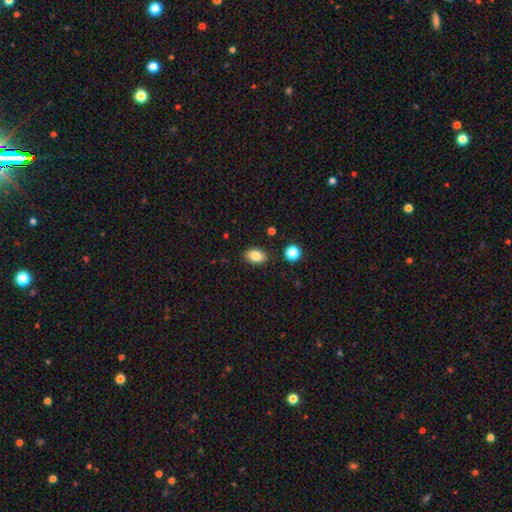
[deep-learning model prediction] Smooth or featured: smooth — 84% (star or artifact — 9%)
How rounded: in between — 86% (round — 13%)
Merging: none — 86% (minor disturbance — 9%)